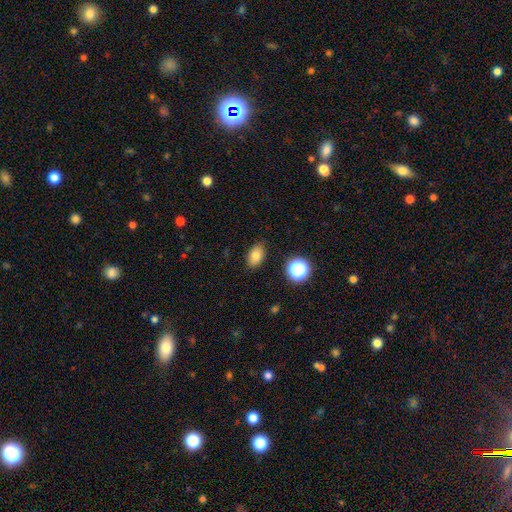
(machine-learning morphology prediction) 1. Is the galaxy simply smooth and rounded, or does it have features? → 80% smooth, 12% star or artifact, 8% featured or disk.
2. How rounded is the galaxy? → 85% in between, 13% round, 2% cigar-shaped.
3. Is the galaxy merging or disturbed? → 85% none, 11% minor disturbance, 3% major disturbance, 2% merger.